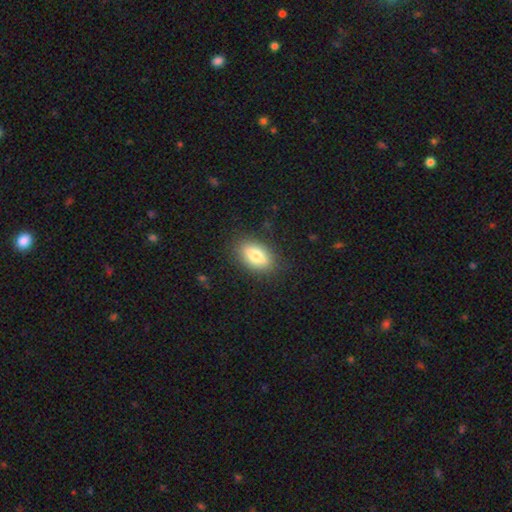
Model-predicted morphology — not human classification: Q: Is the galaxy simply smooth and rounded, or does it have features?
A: smooth — 76%.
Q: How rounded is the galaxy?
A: in between — 87%.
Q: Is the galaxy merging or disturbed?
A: none — 85%.